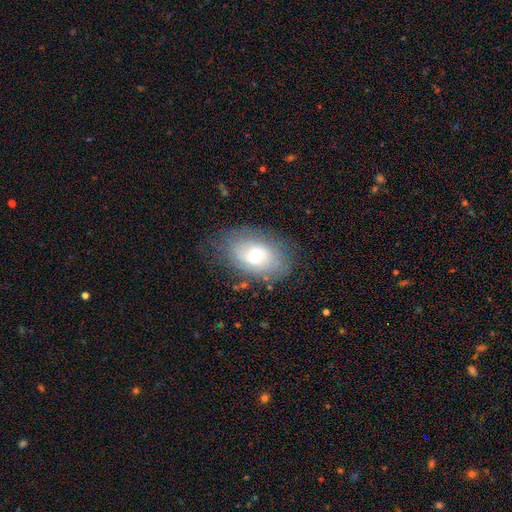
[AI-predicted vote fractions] Smooth or featured? featured or disk (47%)
Merging? none (69%)